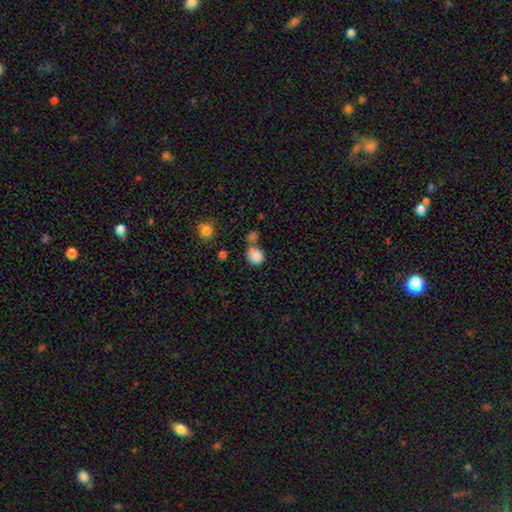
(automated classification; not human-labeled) smooth 85%, star or artifact 10%, featured or disk 5%. Down the decision tree: how rounded — round (78%); merging — none (50%).